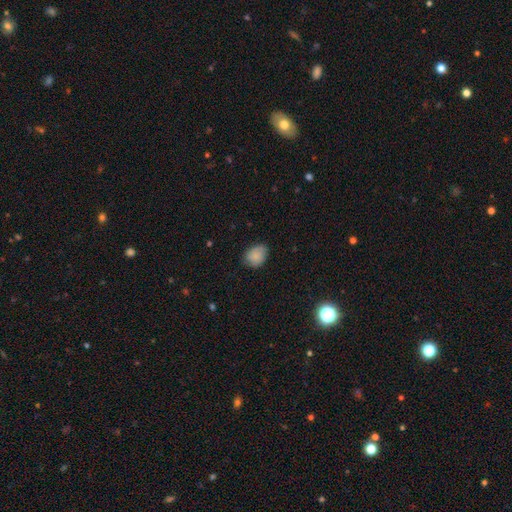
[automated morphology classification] Smooth or featured?
  - smooth: 82% *
  - featured or disk: 10%
  - star or artifact: 8%
How rounded?
  - in between: 60% *
  - round: 39%
  - cigar-shaped: 1%
Merging?
  - none: 72% *
  - minor disturbance: 23%
  - major disturbance: 4%
  - merger: 1%